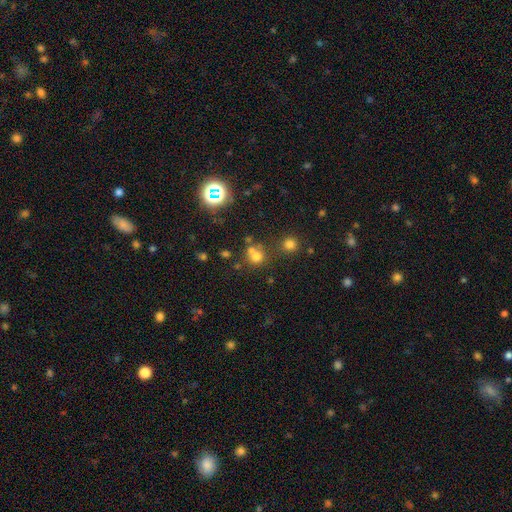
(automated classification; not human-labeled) Morphology: type=smooth (66%); roundness=round (84%); merging=none (52%).